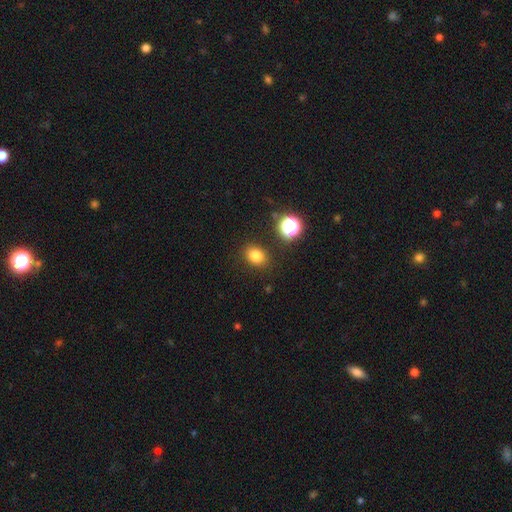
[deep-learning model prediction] Smooth or featured: smooth — 80% (star or artifact — 14%)
How rounded: in between — 57% (round — 42%)
Merging: none — 86% (minor disturbance — 9%)